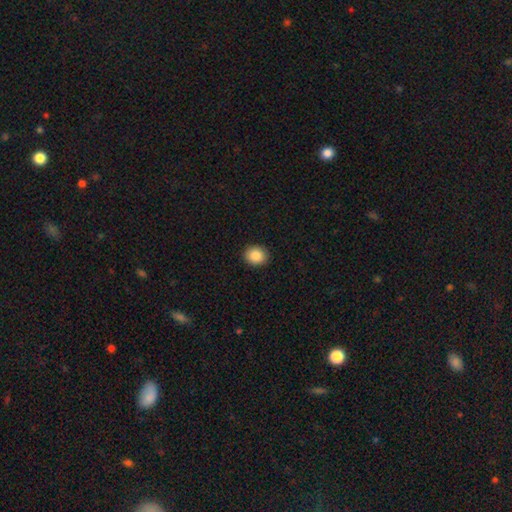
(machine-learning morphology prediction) type=smooth (88%); roundness=round (69%); merging=none (91%).